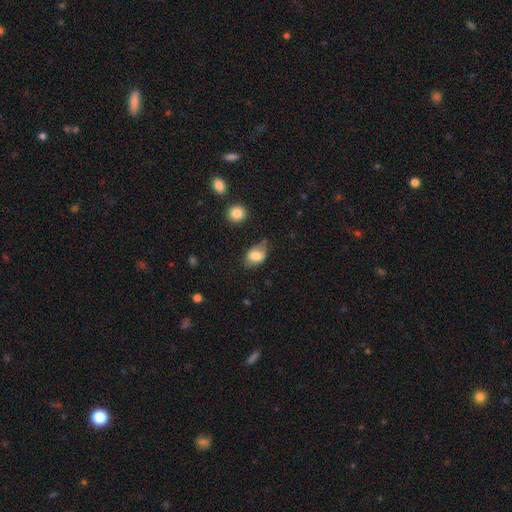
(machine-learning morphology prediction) type=smooth (75%); roundness=in between (78%); merging=none (56%).